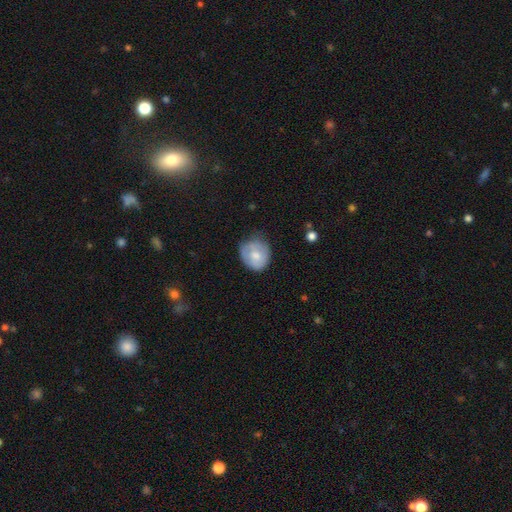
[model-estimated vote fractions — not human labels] Overall: smooth (65%; featured or disk 28%). How rounded: round (75%). Merging: none (58%; minor disturbance 32%).